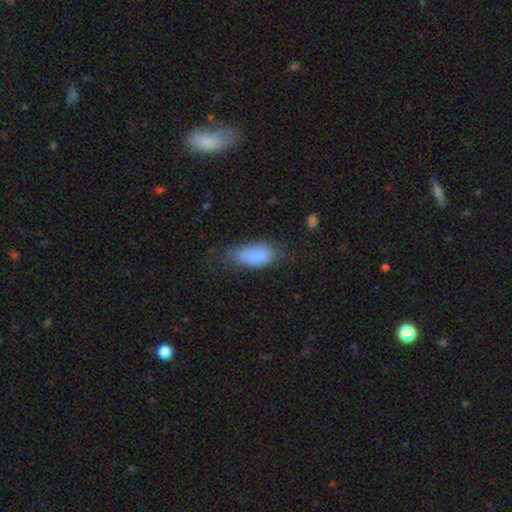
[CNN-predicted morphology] Smooth or featured? smooth (83%)
How rounded? in between (86%)
Merging? none (49%)